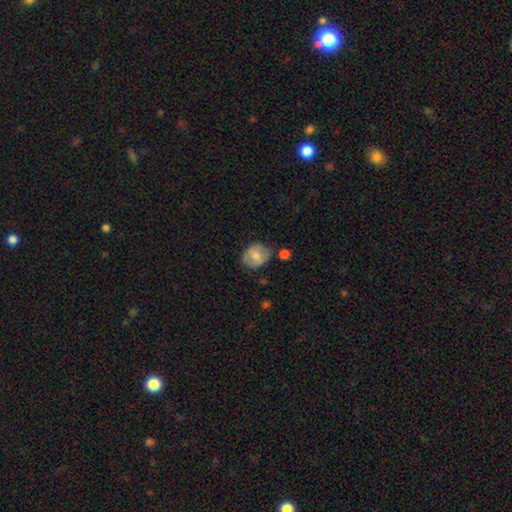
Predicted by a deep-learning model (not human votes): Morphology: type=smooth (67%); roundness=round (56%); merging=none (66%).